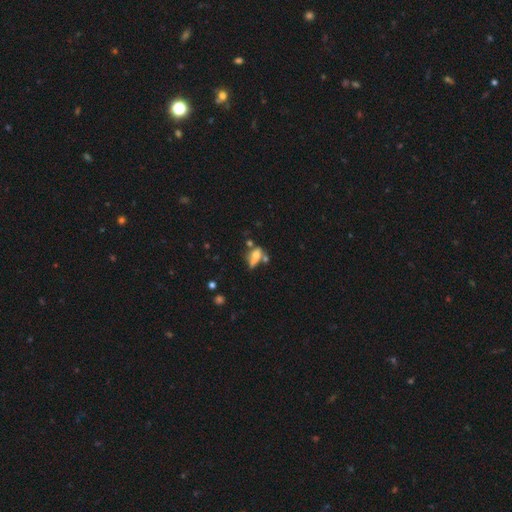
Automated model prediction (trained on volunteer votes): This is possibly a smooth galaxy (49%). Merging: marginally merger (38%).